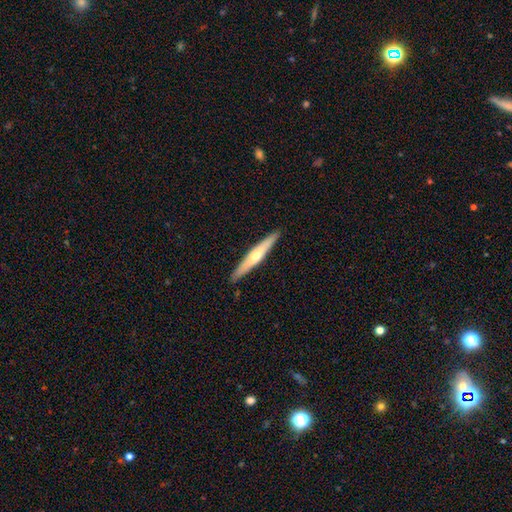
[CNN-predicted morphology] featured or disk 56%, smooth 39%, star or artifact 5%. Down the decision tree: edge-on disk — yes (93%); edge-on bulge — rounded (83%); merging — none (90%).